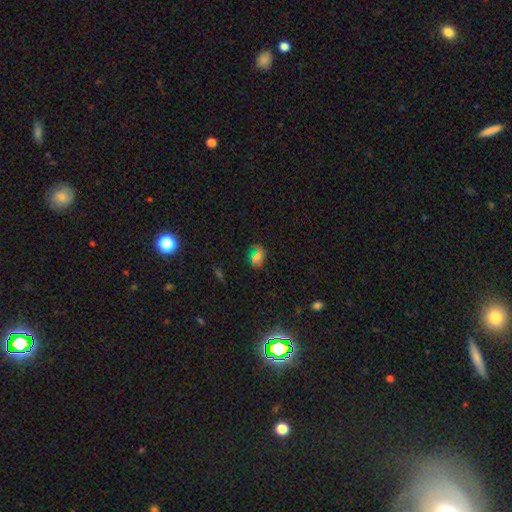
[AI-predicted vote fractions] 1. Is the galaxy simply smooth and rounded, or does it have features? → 51% smooth, 25% star or artifact, 24% featured or disk.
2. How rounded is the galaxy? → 63% in between, 35% round, 3% cigar-shaped.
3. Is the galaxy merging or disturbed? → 73% none, 18% minor disturbance, 7% major disturbance, 3% merger.